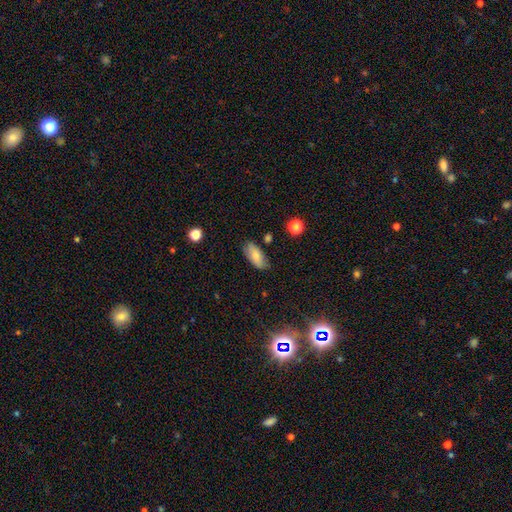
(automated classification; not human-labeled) smooth_or_featured: smooth (p=0.77) [alt: featured or disk p=0.16]
how_rounded: in between (p=0.89) [alt: cigar-shaped p=0.09]
merging: none (p=0.79) [alt: minor disturbance p=0.16]